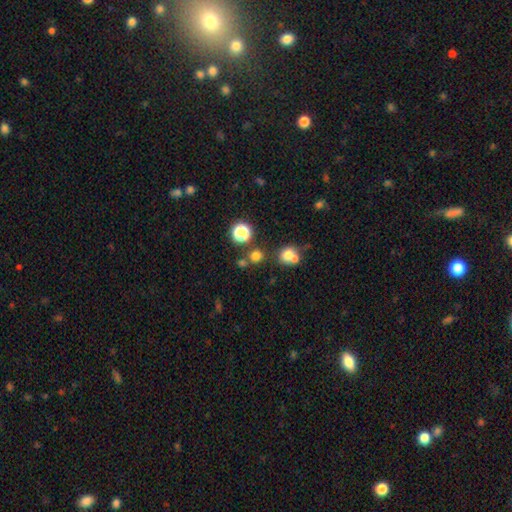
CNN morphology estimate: This is likely a smooth galaxy (70%). How rounded: clearly round (83%). Merging: likely none (64%).